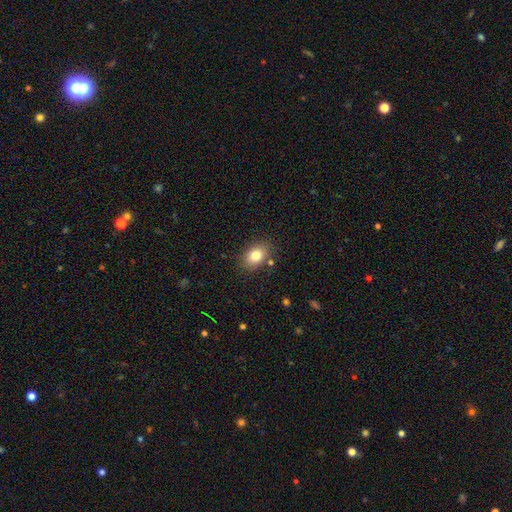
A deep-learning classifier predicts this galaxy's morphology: The model was most divided on "how rounded": in between: 75%, round: 24%, cigar-shaped: 1%. More confident: merging — none (81%); smooth or featured — smooth (81%).